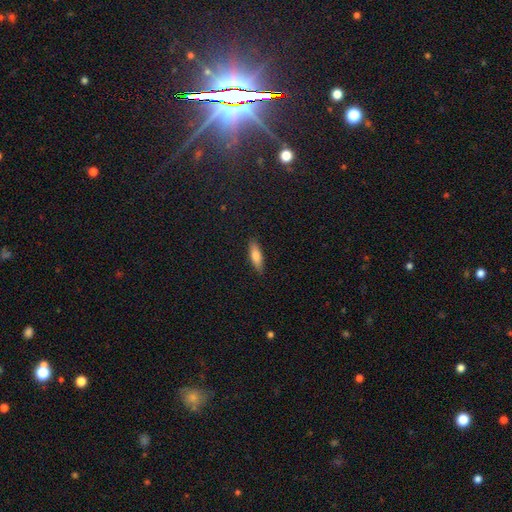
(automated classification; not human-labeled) A smooth galaxy with no disk features (79%) that is in between round and cigar-shaped (51%). Merging: none (87%).